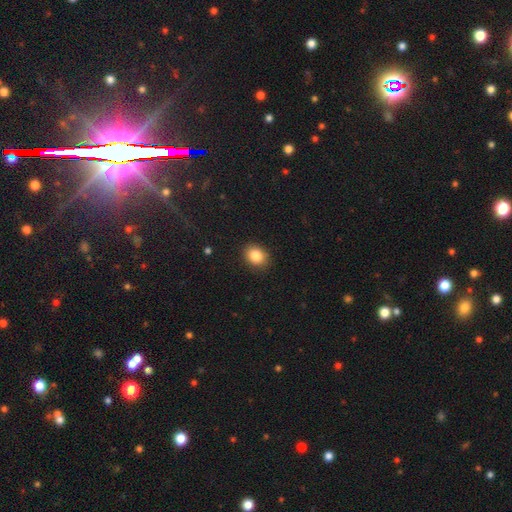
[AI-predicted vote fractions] Smooth or featured?
  - smooth: 85% *
  - star or artifact: 9%
  - featured or disk: 5%
How rounded?
  - in between: 52% *
  - round: 47%
  - cigar-shaped: 1%
Merging?
  - none: 89% *
  - minor disturbance: 8%
  - major disturbance: 2%
  - merger: 1%